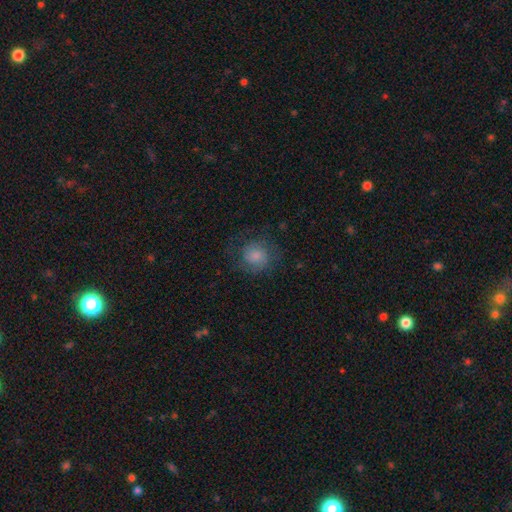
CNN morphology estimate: Overall: smooth (69%). How rounded: round (86%). Merging: none (69%).